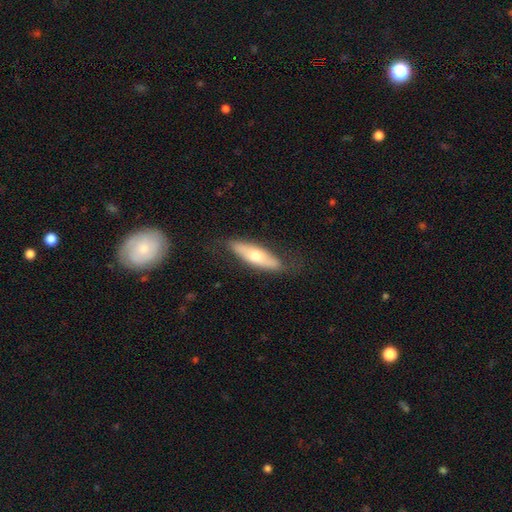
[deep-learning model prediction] Smooth or featured: smooth — 55% (featured or disk — 40%)
How rounded: cigar-shaped — 54% (in between — 44%)
Merging: none — 77% (minor disturbance — 17%)